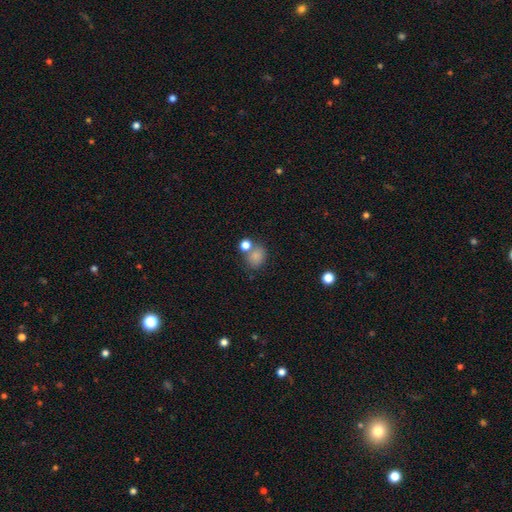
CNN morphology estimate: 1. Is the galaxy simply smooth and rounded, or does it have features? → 81% smooth, 12% star or artifact, 7% featured or disk.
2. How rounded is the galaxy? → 59% round, 40% in between, 1% cigar-shaped.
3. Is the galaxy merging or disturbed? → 56% none, 25% merger, 13% minor disturbance, 6% major disturbance.